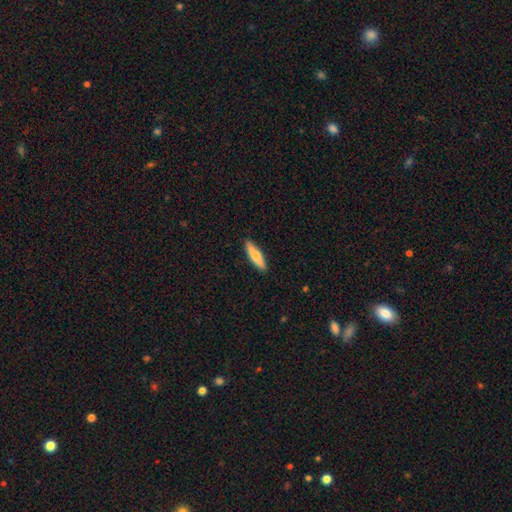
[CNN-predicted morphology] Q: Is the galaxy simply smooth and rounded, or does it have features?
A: smooth — 67%.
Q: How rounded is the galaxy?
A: cigar-shaped — 75%.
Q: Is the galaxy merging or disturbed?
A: none — 90%.